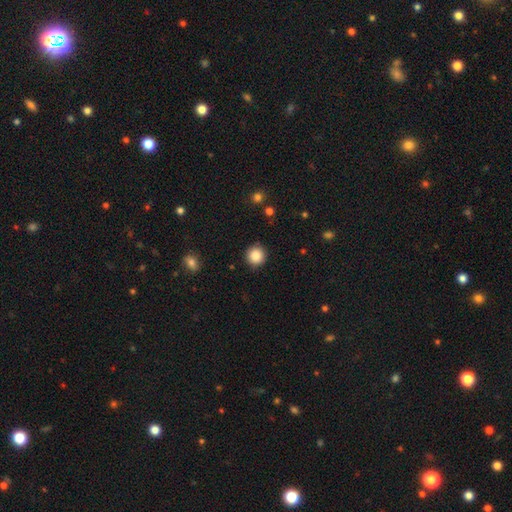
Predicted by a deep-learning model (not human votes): Morphology: type=smooth (87%); roundness=round (94%); merging=none (90%).